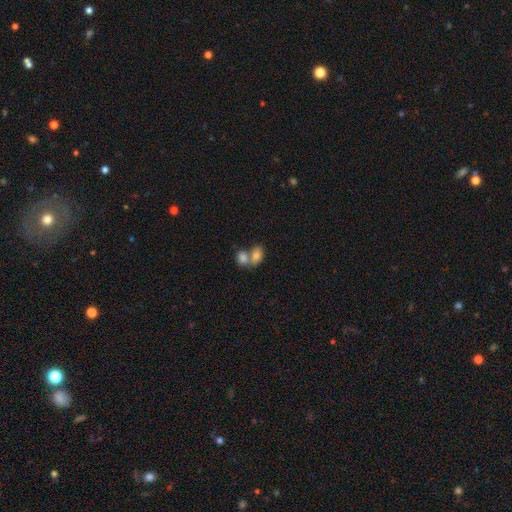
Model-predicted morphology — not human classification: Smooth or featured? smooth (80%)
How rounded? in between (79%)
Merging? merger (65%)